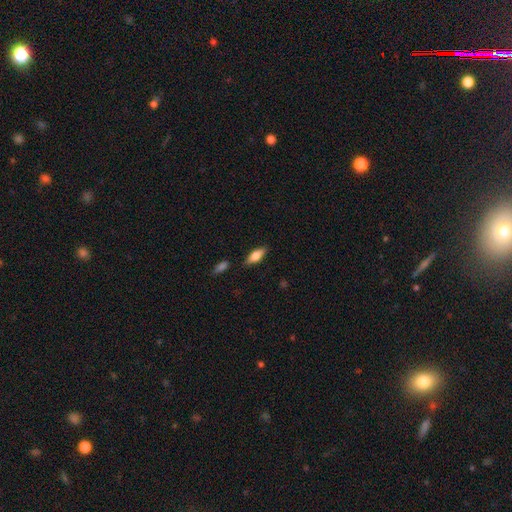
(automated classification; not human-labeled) smooth-or-featured: smooth: 64% | featured or disk: 29% | star or artifact: 7%
  how-rounded: in between: 69% | cigar-shaped: 28% | round: 3%
  merging: none: 83% | minor disturbance: 11% | merger: 3% | major disturbance: 3%